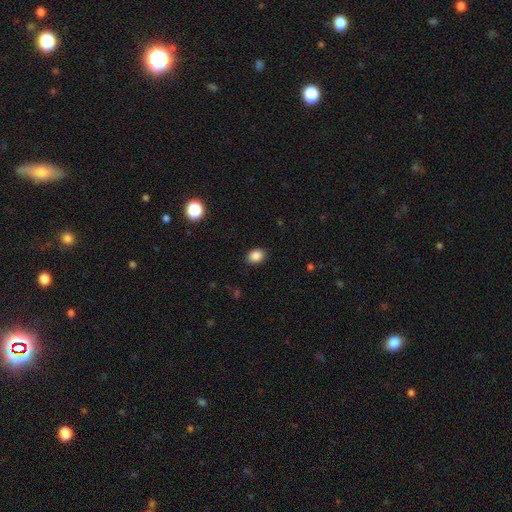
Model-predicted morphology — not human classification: This appears to be a smooth galaxy with no disk features (87%) that is in between round and cigar-shaped (71%). Merging: none (87%).